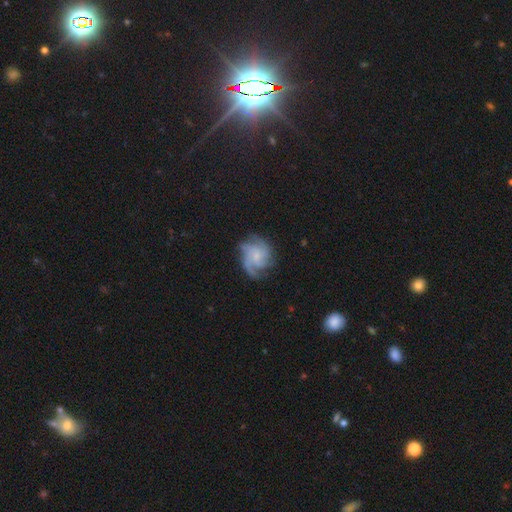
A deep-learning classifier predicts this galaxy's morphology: Smooth or featured: featured or disk — 81% (smooth — 12%)
Edge-on disk: no — 98% (yes — 2%)
Bar: no — 68% (weak — 28%)
Spiral arms: yes — 96% (no — 4%)
Spiral winding: medium — 44% (tight — 40%)
Spiral arm count: 3 — 37% (4 — 20%)
Bulge size: small — 59% (moderate — 22%)
Merging: none — 69% (minor disturbance — 19%)